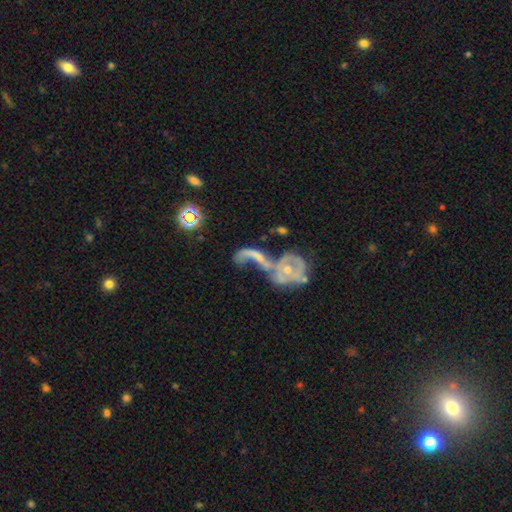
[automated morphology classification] Smooth or featured: featured or disk — 63% (smooth — 26%)
Edge-on disk: no — 94% (yes — 6%)
Bar: no — 72% (weak — 18%)
Spiral arms: yes — 50% (tied with no — 50%)
Bulge size: small — 38% (moderate — 34%)
Merging: merger — 61% (major disturbance — 21%)